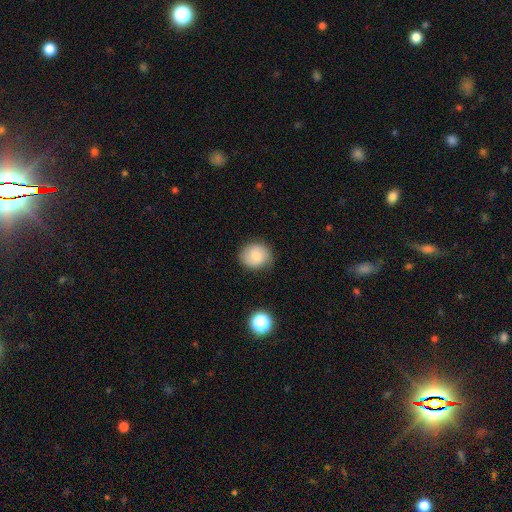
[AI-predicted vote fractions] A smooth galaxy with no disk features (71%) that is round (81%). Merging: none (80%).